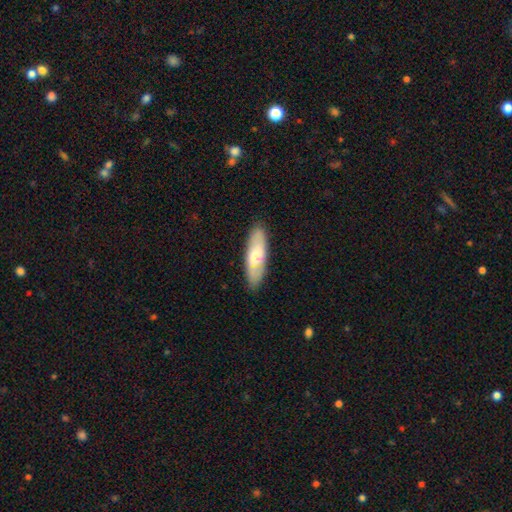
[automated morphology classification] smooth_or_featured: smooth (p=0.62) [alt: featured or disk p=0.32]
how_rounded: in between (p=0.50) [alt: cigar-shaped p=0.48]
merging: none (p=0.85) [alt: minor disturbance p=0.11]